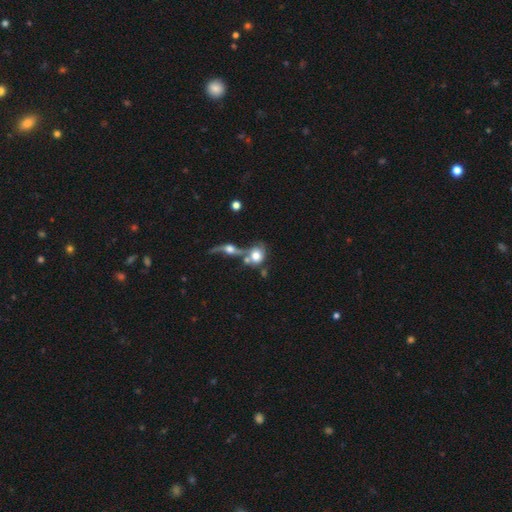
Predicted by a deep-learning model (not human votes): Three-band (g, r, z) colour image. It shows a smooth galaxy with no disk features (61%) that is round (60%). Merging: merger (55%).